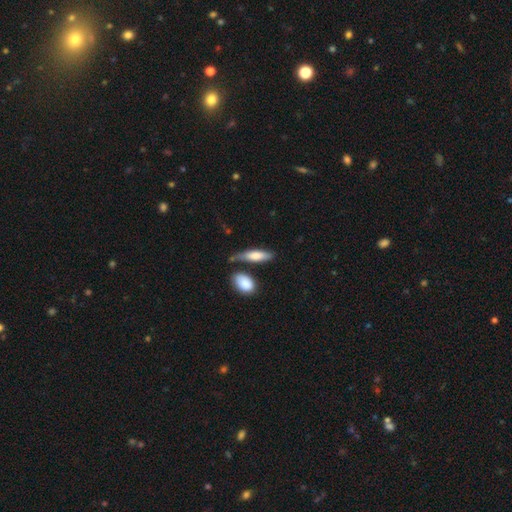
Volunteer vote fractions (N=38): This appears to be a smooth galaxy with no disk features (68%) that is in between round and cigar-shaped (73%). Merging: none (47%).